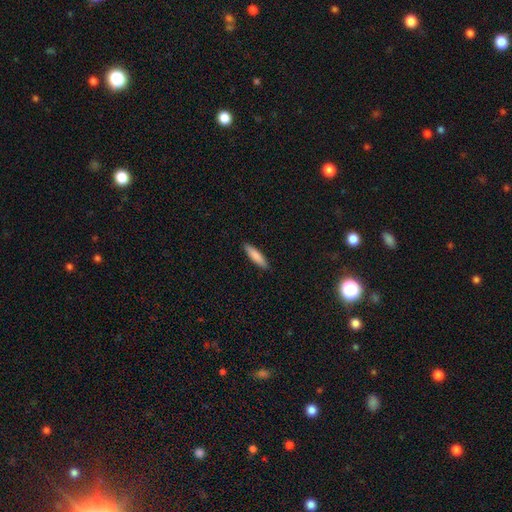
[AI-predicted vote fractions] The model was most divided on "how rounded": cigar-shaped: 76%, in between: 23%, round: 1%. More confident: merging — none (91%); smooth or featured — smooth (83%).